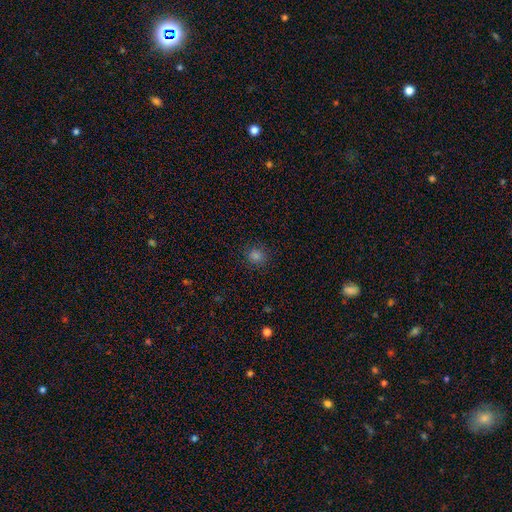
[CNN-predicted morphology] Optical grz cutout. It shows a smooth galaxy with no disk features (79%) that is round (88%). Merging: none (89%).